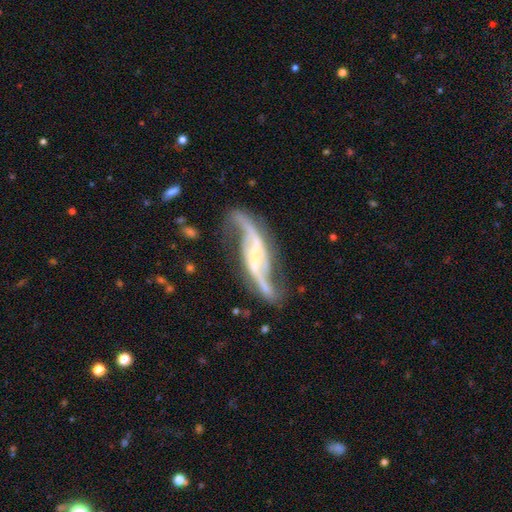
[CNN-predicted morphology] Q: Smooth or featured?
A: featured or disk (91%); runner-up: star or artifact (5%)
Q: Edge-on disk?
A: no (90%); runner-up: yes (10%)
Q: Bar?
A: strong (40%); runner-up: weak (36%)
Q: Spiral arms?
A: yes (97%); runner-up: no (3%)
Q: Spiral winding?
A: loose (67%); runner-up: medium (26%)
Q: Spiral arm count?
A: 2 (93%); runner-up: can't tell (2%)
Q: Bulge size?
A: small (52%); runner-up: moderate (29%)
Q: Merging?
A: none (69%); runner-up: minor disturbance (17%)